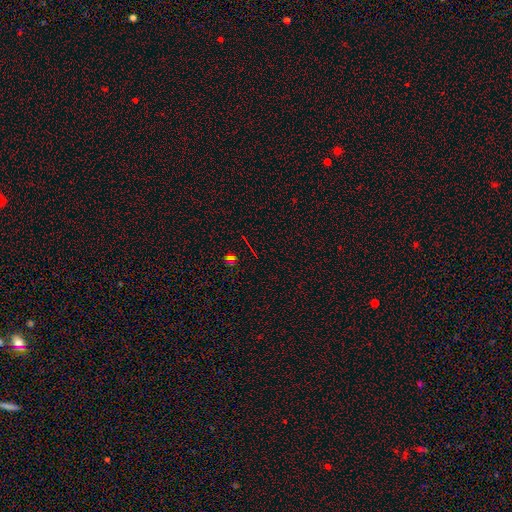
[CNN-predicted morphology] Smooth or featured?
  - star or artifact: 68% *
  - smooth: 21%
  - featured or disk: 12%